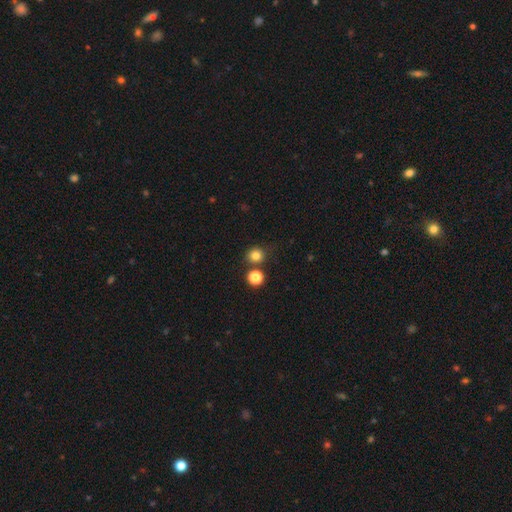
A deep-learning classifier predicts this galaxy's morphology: A smooth galaxy with no disk features (80%) that is round (88%).

Vote fractions:
- Smooth or featured? smooth: 80% / star or artifact: 15% / featured or disk: 6%
- How rounded? round: 88% / in between: 11% / cigar-shaped: 1%
- Merging? none: 78% / merger: 10% / minor disturbance: 9% / major disturbance: 3%